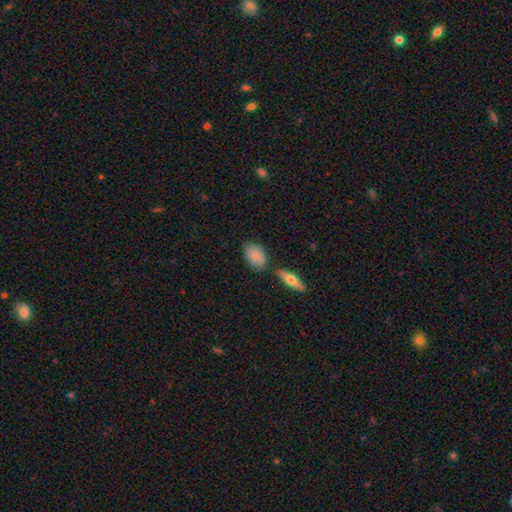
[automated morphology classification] Smooth or featured?
  - smooth: 83% *
  - featured or disk: 10%
  - star or artifact: 6%
How rounded?
  - in between: 88% *
  - round: 9%
  - cigar-shaped: 3%
Merging?
  - none: 70% *
  - minor disturbance: 16%
  - merger: 10%
  - major disturbance: 4%